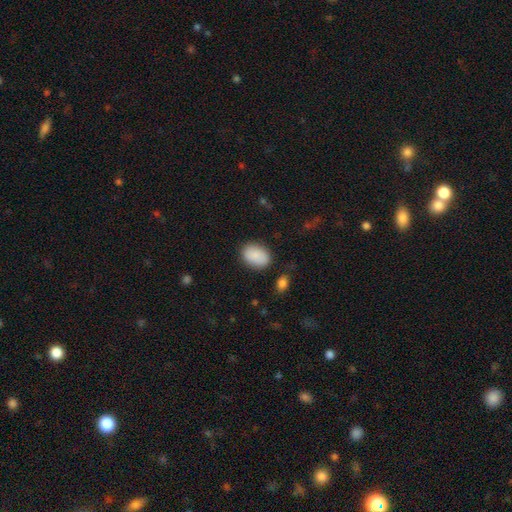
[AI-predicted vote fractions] smooth-or-featured: smooth: 88% | star or artifact: 7% | featured or disk: 5%
  how-rounded: in between: 77% | round: 21% | cigar-shaped: 1%
  merging: none: 83% | minor disturbance: 12% | major disturbance: 3% | merger: 2%